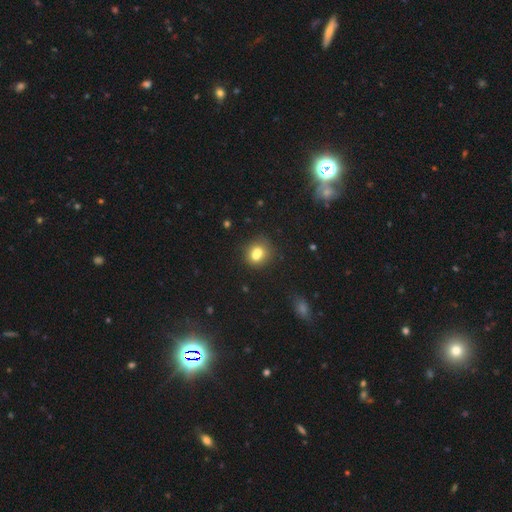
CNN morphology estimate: Overall: smooth (73%). How rounded: round (68%; in between 31%). Merging: none (44%; merger 41%).